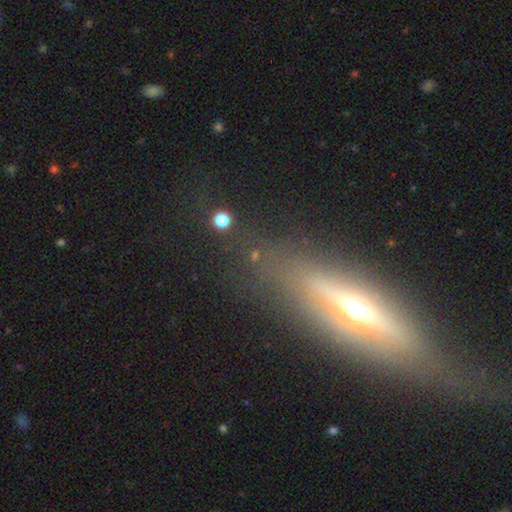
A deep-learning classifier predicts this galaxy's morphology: This is possibly a smooth galaxy (45%). Merging: likely none (71%).